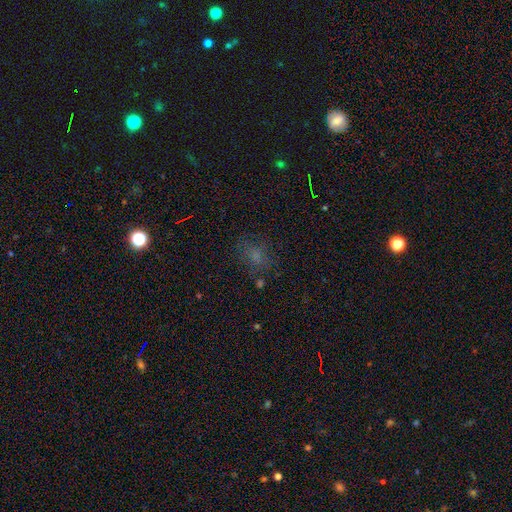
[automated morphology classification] Q: Smooth or featured?
A: smooth (57%); runner-up: star or artifact (27%)
Q: How rounded?
A: in between (56%); runner-up: round (42%)
Q: Merging?
A: none (67%); runner-up: minor disturbance (18%)